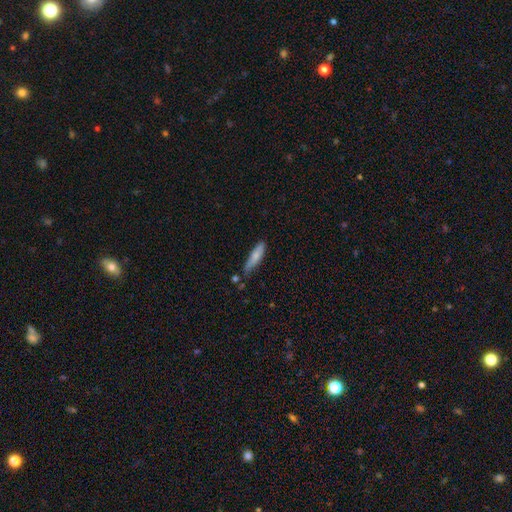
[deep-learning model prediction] This is likely a smooth galaxy (74%). How rounded: likely cigar-shaped (78%). Merging: likely none (63%).